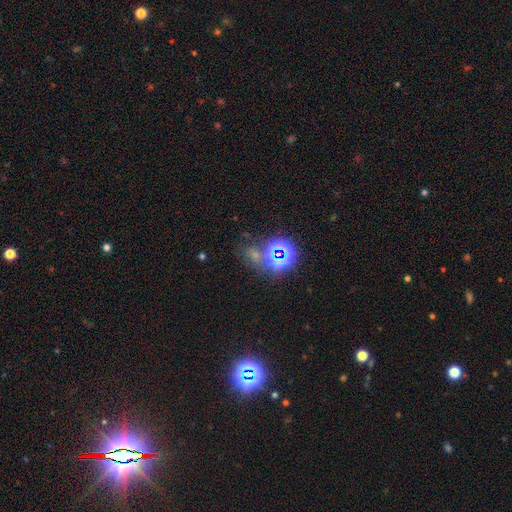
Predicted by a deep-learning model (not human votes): A star or artifact, not a galaxy (64%).

Vote fractions:
- Smooth or featured? star or artifact: 64% / smooth: 26% / featured or disk: 9%